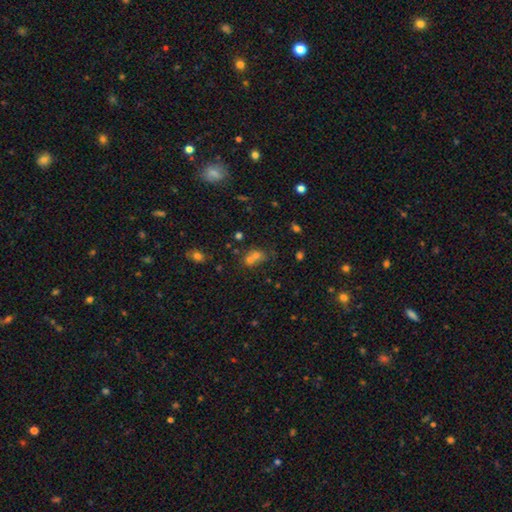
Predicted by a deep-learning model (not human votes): The model was most divided on "merging": merger: 55%, none: 34%, minor disturbance: 7%, major disturbance: 4%. More confident: how rounded — round (64%); smooth or featured — smooth (58%).